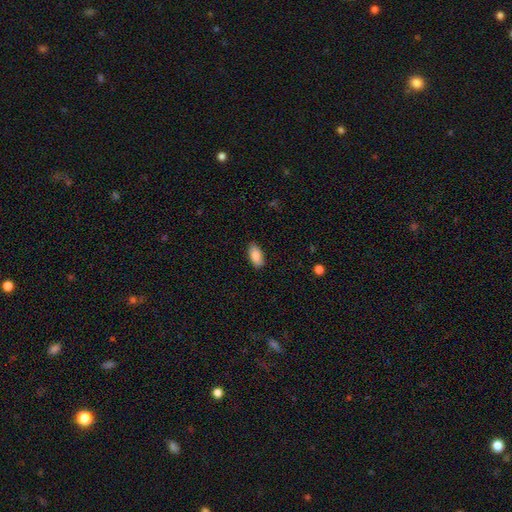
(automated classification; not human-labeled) The model was most divided on "merging": none: 88%, minor disturbance: 9%, major disturbance: 2%, merger: 1%. More confident: how rounded — in between (92%); smooth or featured — smooth (87%).